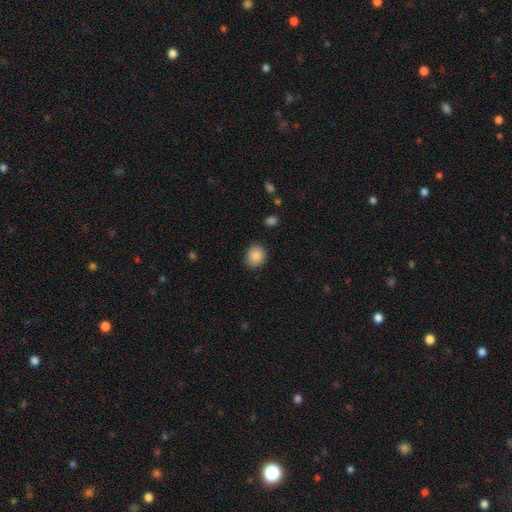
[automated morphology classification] Smooth or featured: smooth — 88% (star or artifact — 8%)
How rounded: round — 60% (in between — 39%)
Merging: none — 84% (minor disturbance — 12%)